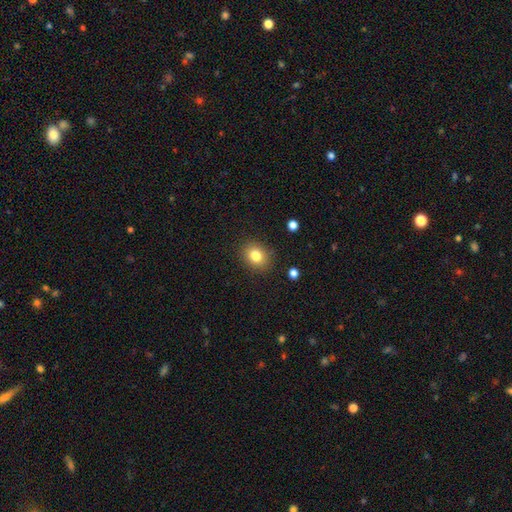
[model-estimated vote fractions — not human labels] This appears to be a smooth galaxy with no disk features (82%) that is round (57%). Merging: none (87%).